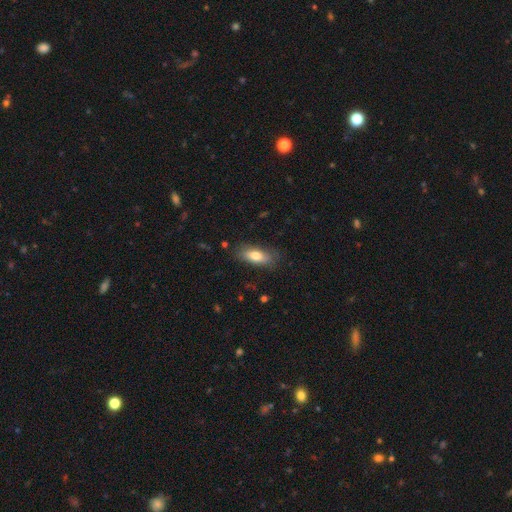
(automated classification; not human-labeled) This appears to be a smooth galaxy with no disk features (75%) that is in between round and cigar-shaped (76%). Merging: none (81%).